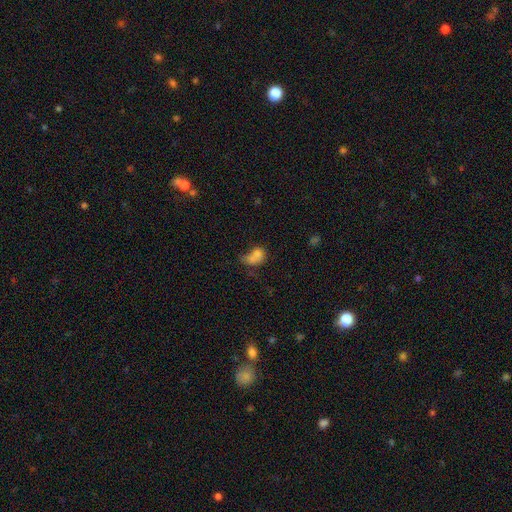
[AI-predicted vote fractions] Smooth or featured?
  - smooth: 70% *
  - featured or disk: 18%
  - star or artifact: 12%
How rounded?
  - in between: 56% *
  - round: 42%
  - cigar-shaped: 2%
Merging?
  - merger: 59% *
  - none: 20%
  - minor disturbance: 11%
  - major disturbance: 10%